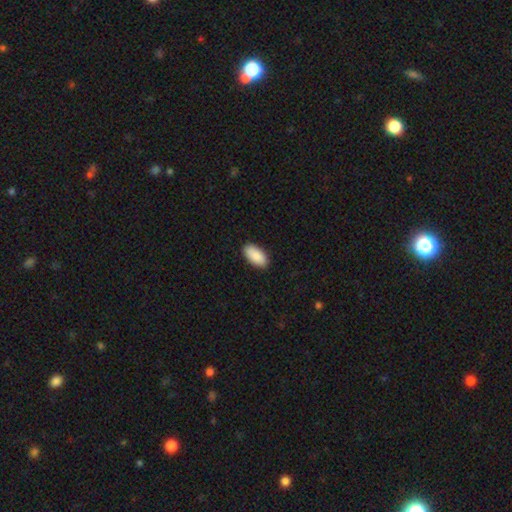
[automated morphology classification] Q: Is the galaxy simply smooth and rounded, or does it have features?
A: smooth — 90%.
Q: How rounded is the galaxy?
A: in between — 94%.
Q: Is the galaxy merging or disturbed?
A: none — 89%.